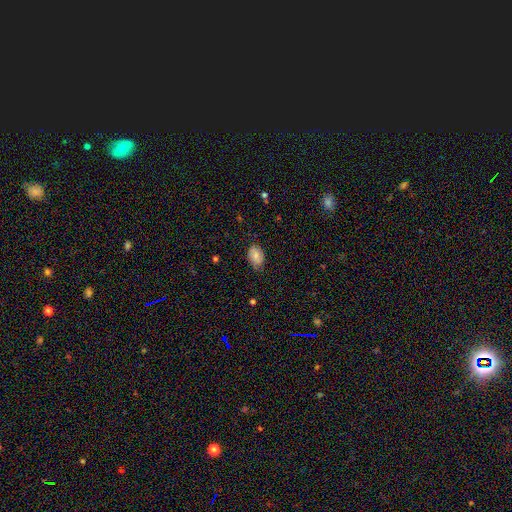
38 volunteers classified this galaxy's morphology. Volunteers were most divided on "merging": none: 56%, minor disturbance: 39%, major disturbance: 6%, merger: 0%. More confident: how rounded — in between (86%); smooth or featured — smooth (76%).